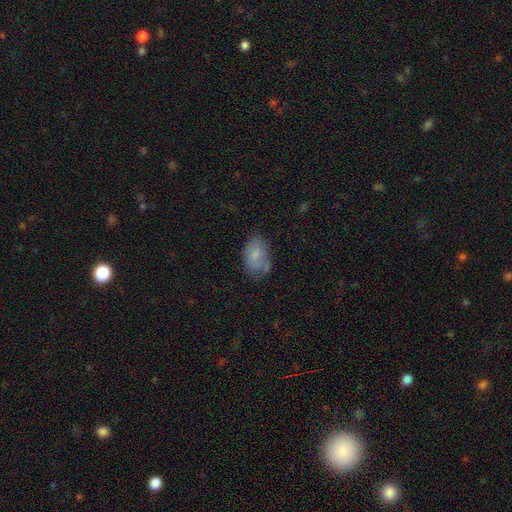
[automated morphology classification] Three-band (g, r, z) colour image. It shows a smooth galaxy with no disk features (73%) that is in between round and cigar-shaped (90%). Merging: none (58%).